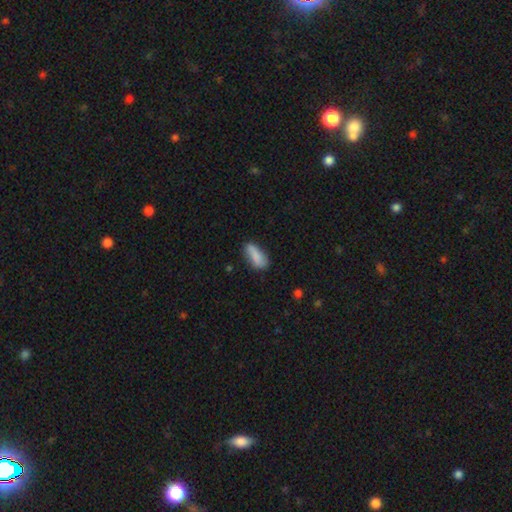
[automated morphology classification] Q: Smooth or featured?
A: smooth (84%); runner-up: featured or disk (10%)
Q: How rounded?
A: in between (74%); runner-up: cigar-shaped (24%)
Q: Merging?
A: none (68%); runner-up: minor disturbance (23%)